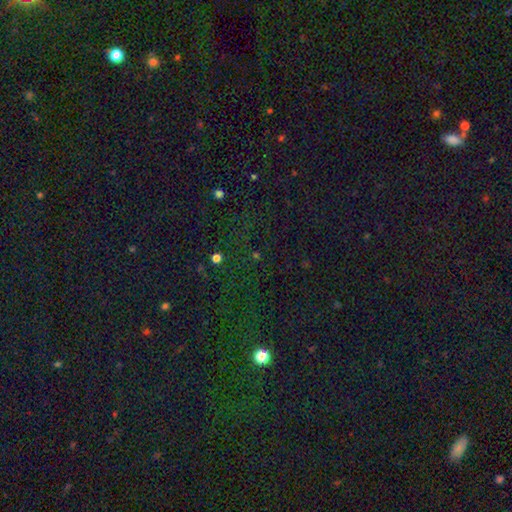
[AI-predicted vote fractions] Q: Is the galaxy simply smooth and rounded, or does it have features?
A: star or artifact — 72%.